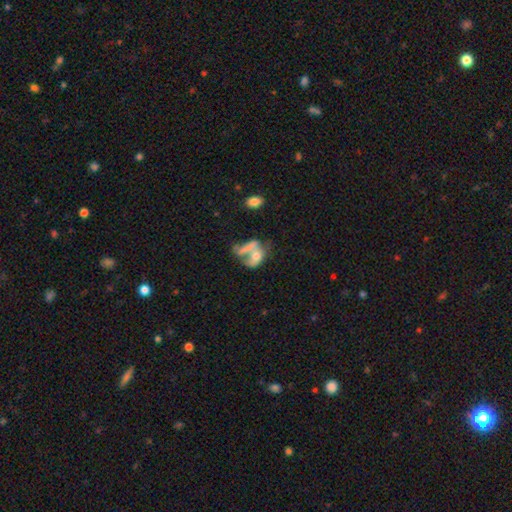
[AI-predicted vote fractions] A smooth galaxy with no disk features (52%) that is in between round and cigar-shaped (74%). Merging: merger (48%).